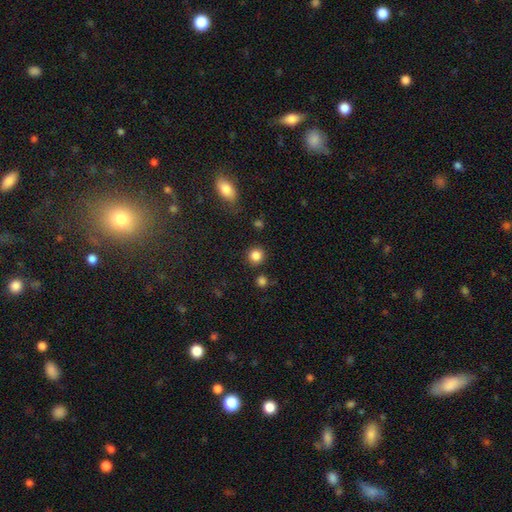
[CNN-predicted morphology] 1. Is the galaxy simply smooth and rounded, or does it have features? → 85% smooth, 11% star or artifact, 4% featured or disk.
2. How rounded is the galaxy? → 90% round, 9% in between, 1% cigar-shaped.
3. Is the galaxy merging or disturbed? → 86% none, 7% minor disturbance, 4% merger, 3% major disturbance.